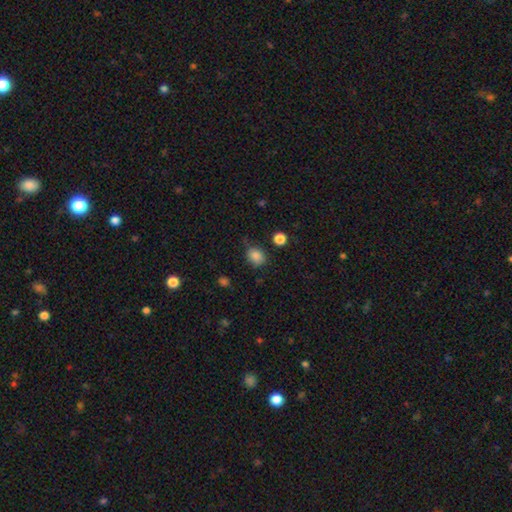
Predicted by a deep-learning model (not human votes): smooth-or-featured: smooth: 85% | star or artifact: 11% | featured or disk: 5%
  how-rounded: round: 63% | in between: 36% | cigar-shaped: 1%
  merging: none: 71% | minor disturbance: 21% | major disturbance: 5% | merger: 3%